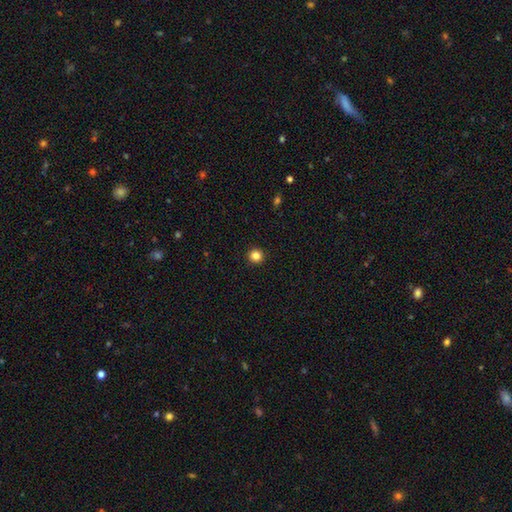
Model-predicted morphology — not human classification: Smooth or featured?
  - smooth: 85% *
  - star or artifact: 12%
  - featured or disk: 4%
How rounded?
  - round: 94% *
  - in between: 5%
  - cigar-shaped: 1%
Merging?
  - none: 94% *
  - minor disturbance: 4%
  - major disturbance: 1%
  - merger: 1%